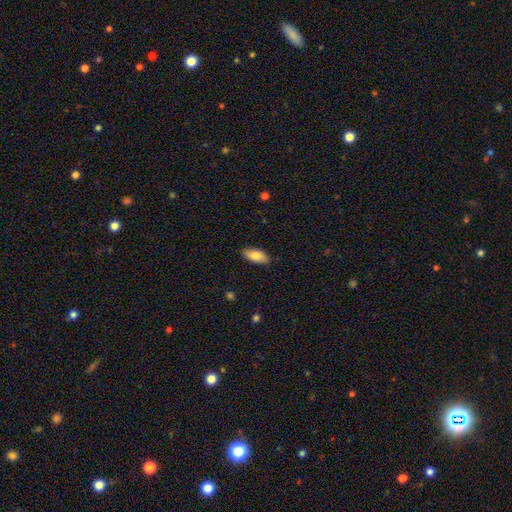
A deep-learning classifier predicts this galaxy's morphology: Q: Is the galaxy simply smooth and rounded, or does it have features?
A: smooth — 85%.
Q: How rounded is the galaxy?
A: in between — 88%.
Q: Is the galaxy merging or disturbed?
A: none — 87%.